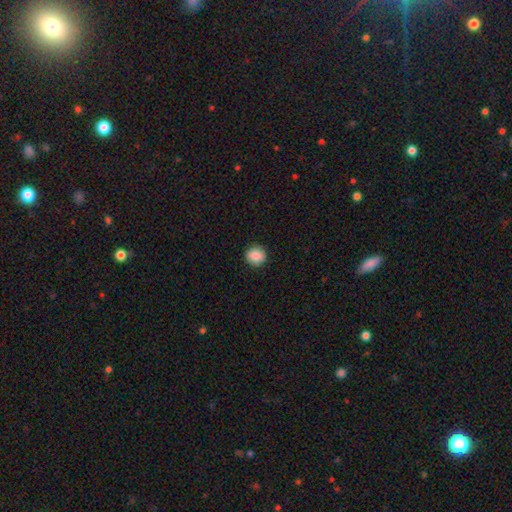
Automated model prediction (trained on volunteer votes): The model was most divided on "smooth or featured": smooth: 87%, star or artifact: 9%, featured or disk: 4%. More confident: merging — none (90%); how rounded — round (89%).